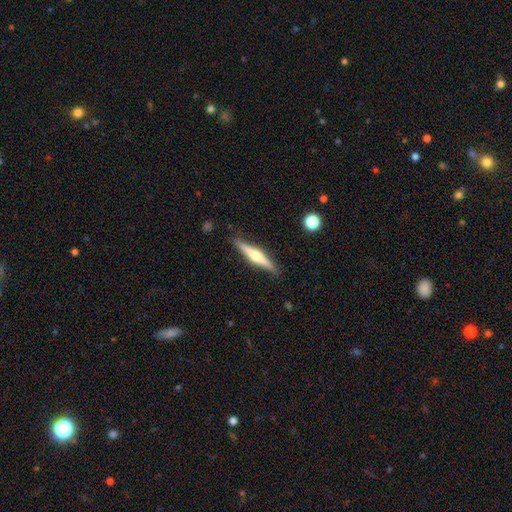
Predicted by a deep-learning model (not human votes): Smooth or featured: featured or disk — 67% (smooth — 28%)
Edge-on disk: yes — 97% (no — 3%)
Edge-on bulge: rounded — 90% (boxy — 5%)
Merging: none — 88% (minor disturbance — 9%)